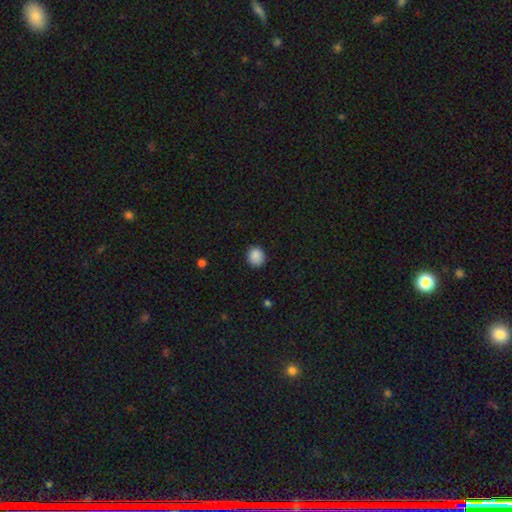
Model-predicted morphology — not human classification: Overall: smooth (88%). How rounded: round (80%). Merging: none (87%).